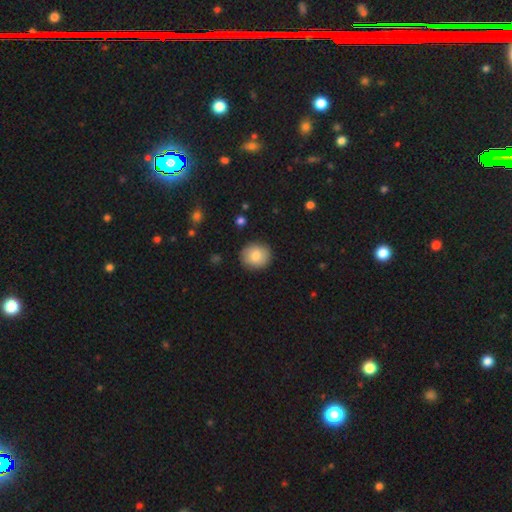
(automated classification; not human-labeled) A smooth galaxy with no disk features (82%) that is round (85%). Merging: none (89%).